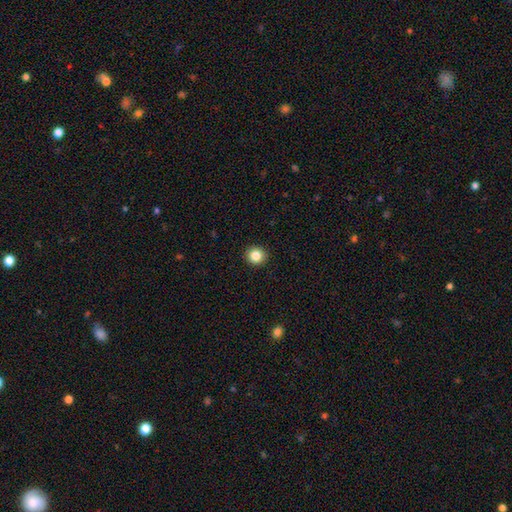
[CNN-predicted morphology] Smooth or featured?
  - smooth: 84% *
  - star or artifact: 11%
  - featured or disk: 5%
How rounded?
  - round: 93% *
  - in between: 6%
  - cigar-shaped: 1%
Merging?
  - none: 93% *
  - minor disturbance: 4%
  - major disturbance: 1%
  - merger: 1%